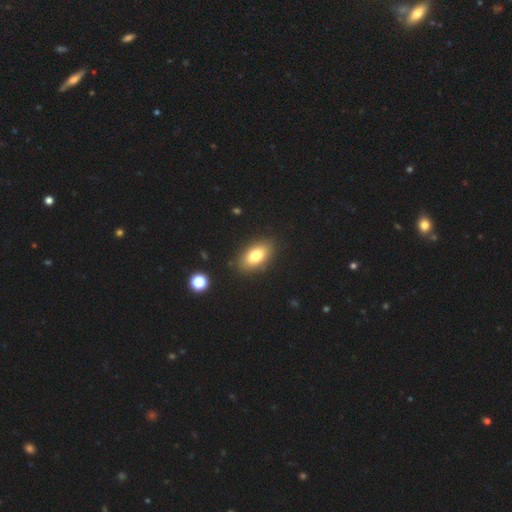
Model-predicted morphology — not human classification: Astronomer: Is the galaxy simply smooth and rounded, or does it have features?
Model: smooth — 79%.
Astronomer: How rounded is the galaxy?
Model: in between — 90%.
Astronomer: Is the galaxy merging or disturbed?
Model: none — 87%.